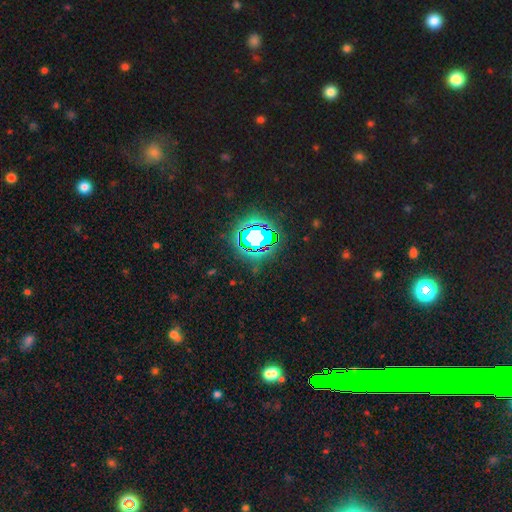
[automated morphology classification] smooth-or-featured: star or artifact: 80% | smooth: 11% | featured or disk: 9%